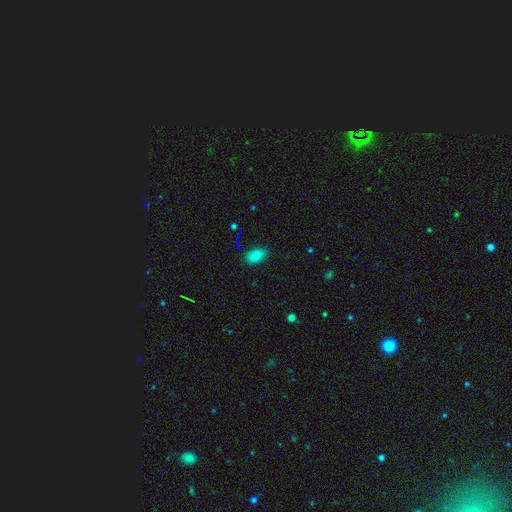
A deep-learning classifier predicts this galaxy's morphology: Smooth or featured? smooth (83%)
How rounded? in between (91%)
Merging? none (84%)